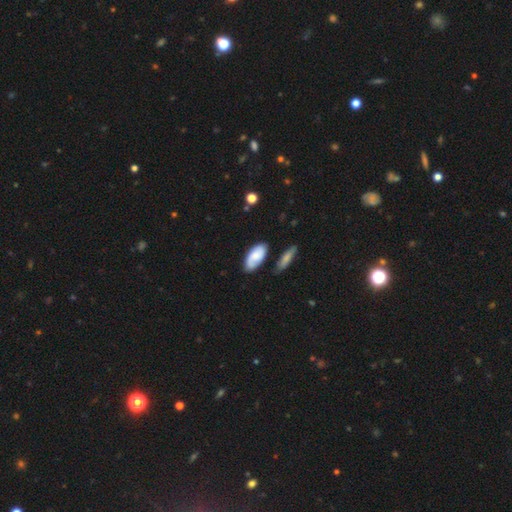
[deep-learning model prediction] The model was most divided on "smooth or featured": smooth: 62%, featured or disk: 31%, star or artifact: 7%. More confident: how rounded — in between (90%); merging — none (69%).